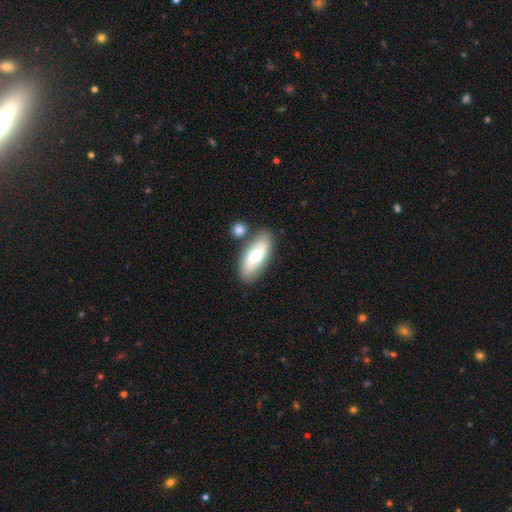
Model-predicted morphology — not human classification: smooth_or_featured: smooth (p=0.53) [alt: featured or disk p=0.41]
how_rounded: in between (p=0.83) [alt: cigar-shaped p=0.14]
merging: none (p=0.76) [alt: minor disturbance p=0.12]